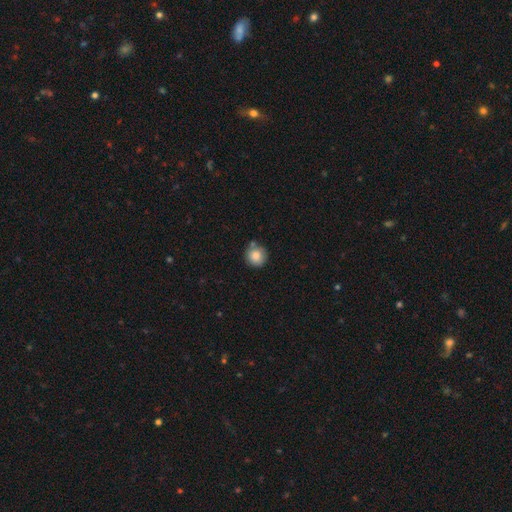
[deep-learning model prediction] smooth 85%, star or artifact 8%, featured or disk 6%. Down the decision tree: how rounded — round (92%); merging — none (73%).